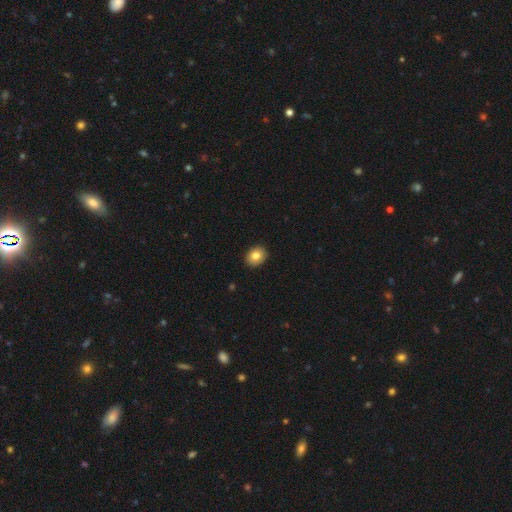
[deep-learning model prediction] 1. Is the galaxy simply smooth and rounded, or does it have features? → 83% smooth, 9% featured or disk, 9% star or artifact.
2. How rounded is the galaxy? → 54% in between, 45% round, 1% cigar-shaped.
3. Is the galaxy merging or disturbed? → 91% none, 6% minor disturbance, 2% major disturbance, 1% merger.